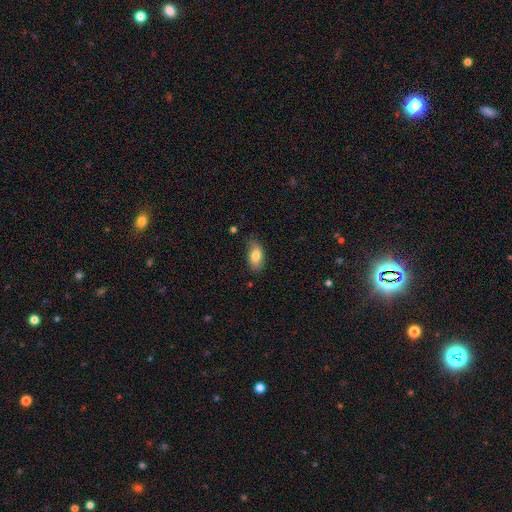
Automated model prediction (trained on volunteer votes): Smooth or featured: smooth — 81% (featured or disk — 12%)
How rounded: in between — 91% (round — 5%)
Merging: none — 72% (minor disturbance — 23%)